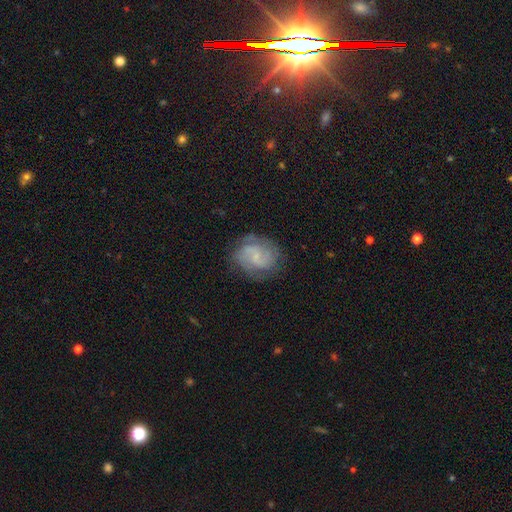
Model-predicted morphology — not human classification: featured or disk 73%, smooth 20%, star or artifact 7%. Down the decision tree: edge-on disk — no (98%); bar — no (46%, tied with weak); spiral arms — yes (93%); spiral arm count — 2 (65%); spiral winding — medium (46%); bulge size — small (65%); merging — none (74%).